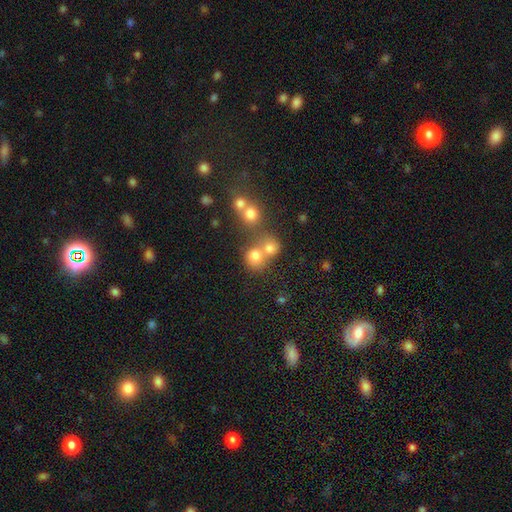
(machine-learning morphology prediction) Smooth or featured: smooth — 75% (star or artifact — 14%)
How rounded: round — 81% (in between — 18%)
Merging: none — 44% (tied with merger — 44%)